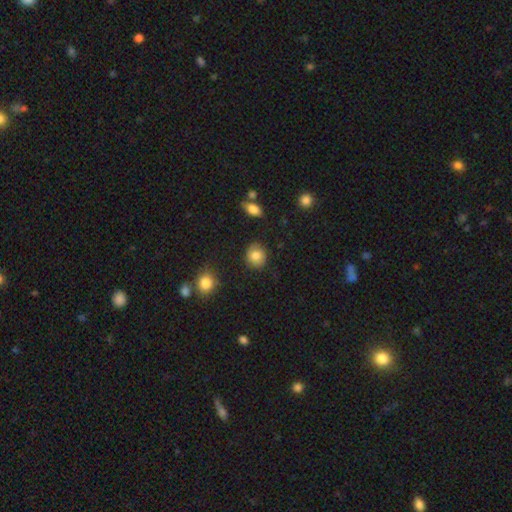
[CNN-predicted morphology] type=smooth (82%); roundness=round (75%); merging=none (81%).